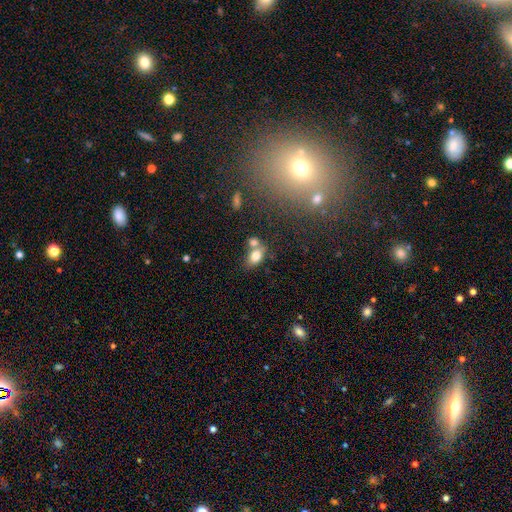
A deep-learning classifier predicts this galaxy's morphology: Overall: smooth (77%). How rounded: in between (80%). Merging: none (45%; merger 37%).